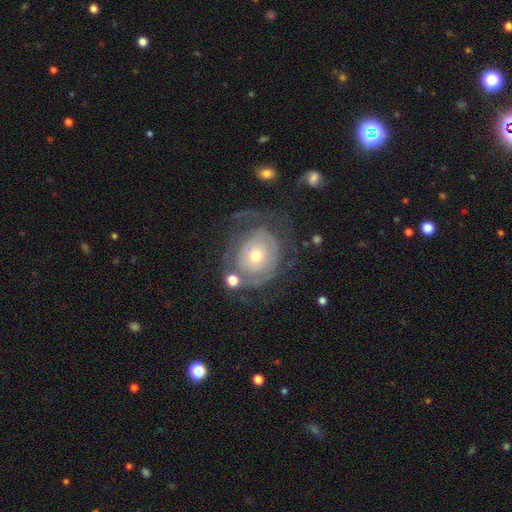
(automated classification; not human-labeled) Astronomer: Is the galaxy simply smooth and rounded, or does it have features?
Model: featured or disk — 69%.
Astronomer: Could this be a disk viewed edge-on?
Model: no — 96%.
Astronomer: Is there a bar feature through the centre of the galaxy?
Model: no — 83%.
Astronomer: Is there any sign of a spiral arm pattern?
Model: yes — 67%.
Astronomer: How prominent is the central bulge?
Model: moderate — 49% (runner-up: small, 44%).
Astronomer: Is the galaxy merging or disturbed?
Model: none — 51%.